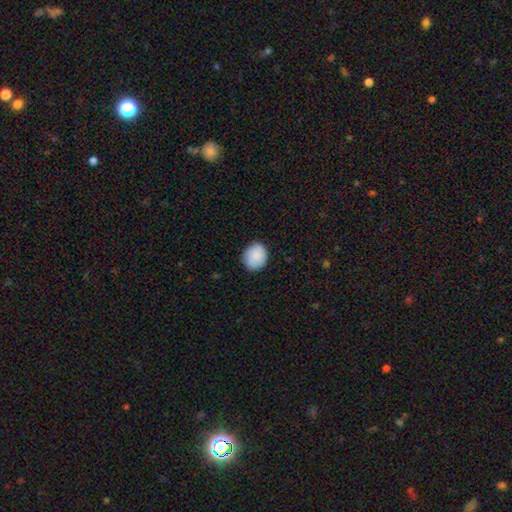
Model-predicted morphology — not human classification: A smooth galaxy with no disk features (89%) that is round (66%). Merging: none (83%).